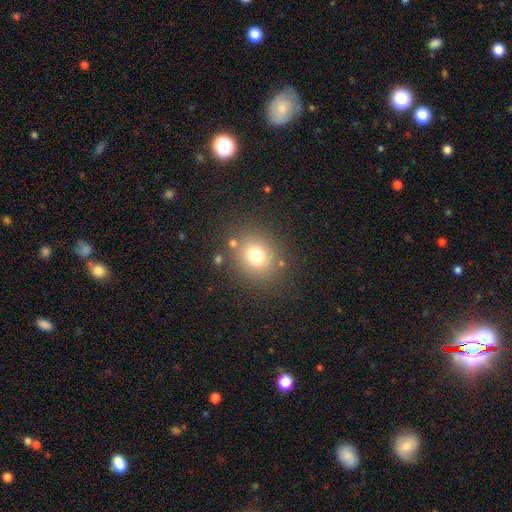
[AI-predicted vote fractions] Smooth or featured? smooth (74%)
How rounded? round (79%)
Merging? none (82%)